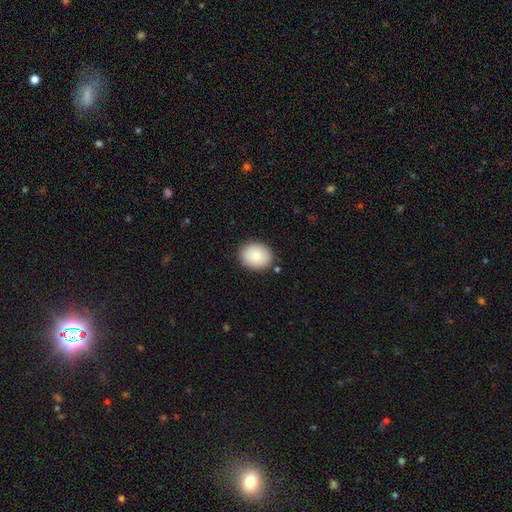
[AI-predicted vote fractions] Morphology: type=smooth (85%); roundness=round (52%); merging=none (87%).